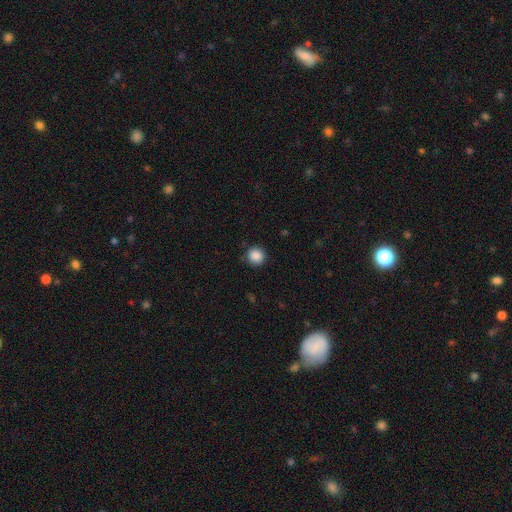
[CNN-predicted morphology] The model was most divided on "smooth or featured": smooth: 88%, star or artifact: 10%, featured or disk: 3%. More confident: how rounded — round (94%); merging — none (89%).